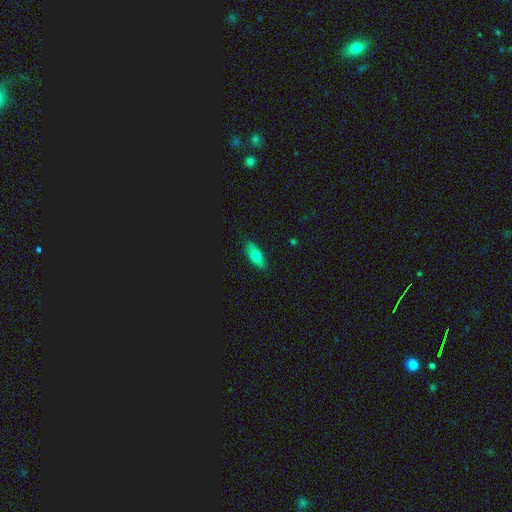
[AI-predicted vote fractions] The model was most divided on "smooth or featured": smooth: 72%, featured or disk: 18%, star or artifact: 10%. More confident: merging — none (83%); how rounded — in between (76%).